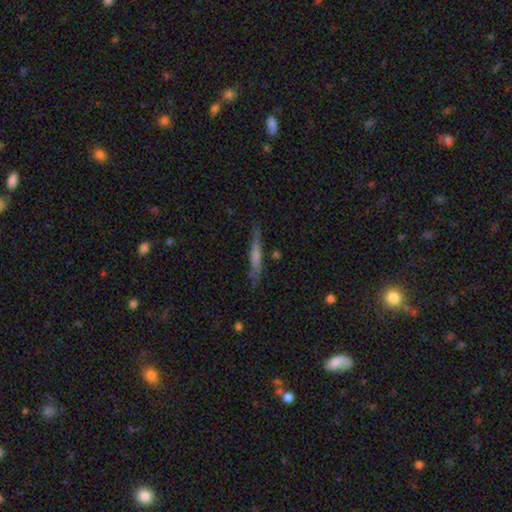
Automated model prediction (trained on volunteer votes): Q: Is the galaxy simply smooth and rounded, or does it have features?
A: smooth — 48%.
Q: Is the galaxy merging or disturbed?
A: none — 80%.